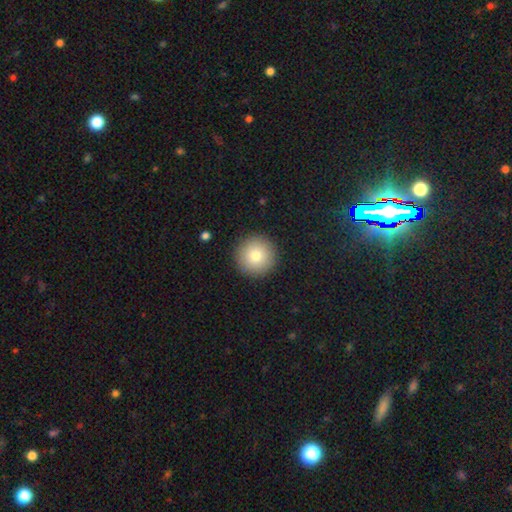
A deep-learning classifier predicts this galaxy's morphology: A smooth galaxy with no disk features (79%) that is round (96%).

Vote fractions:
- Smooth or featured? smooth: 79% / featured or disk: 11% / star or artifact: 10%
- How rounded? round: 96% / in between: 3% / cigar-shaped: 1%
- Merging? none: 92% / minor disturbance: 5% / major disturbance: 2% / merger: 1%